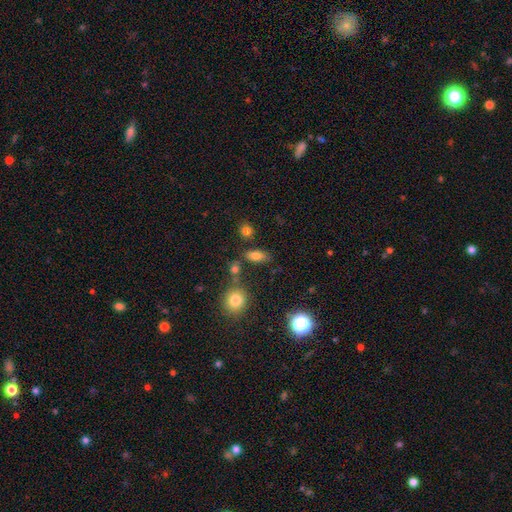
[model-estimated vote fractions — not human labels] Smooth or featured? Predicted: smooth (p=0.78). How rounded? Predicted: in between (p=0.79). Merging? Predicted: none (p=0.72).